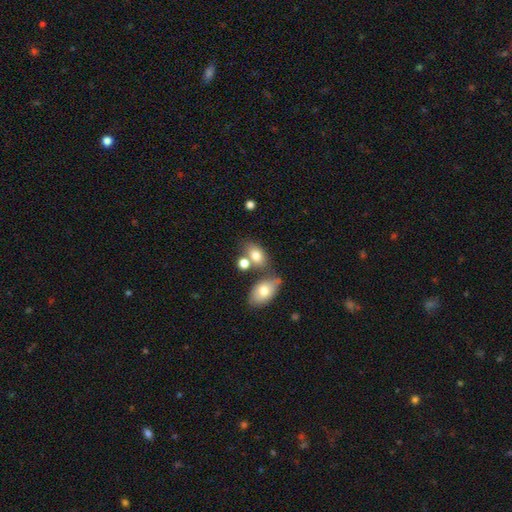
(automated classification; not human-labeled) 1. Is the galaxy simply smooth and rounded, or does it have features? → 75% smooth, 15% featured or disk, 9% star or artifact.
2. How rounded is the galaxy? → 84% in between, 14% round, 2% cigar-shaped.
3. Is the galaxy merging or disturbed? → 48% none, 32% merger, 14% minor disturbance, 5% major disturbance.